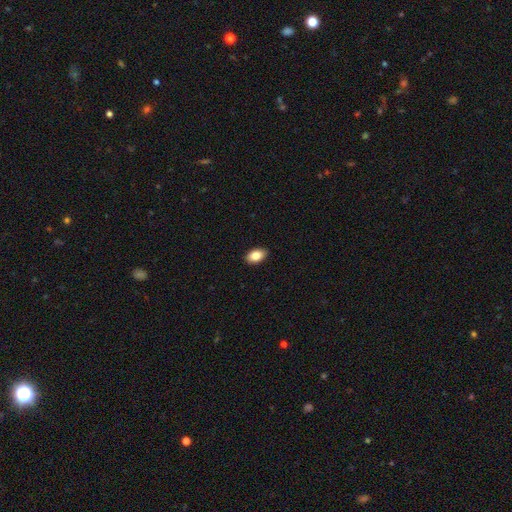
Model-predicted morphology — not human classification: Smooth or featured? smooth (85%)
How rounded? in between (92%)
Merging? none (89%)